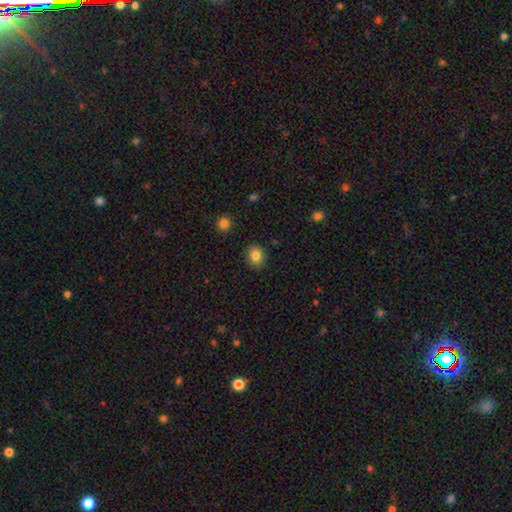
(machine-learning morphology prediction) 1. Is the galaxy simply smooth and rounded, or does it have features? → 83% smooth, 9% star or artifact, 7% featured or disk.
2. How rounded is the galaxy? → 52% in between, 47% round, 1% cigar-shaped.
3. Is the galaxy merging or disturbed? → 87% none, 9% minor disturbance, 2% major disturbance, 1% merger.